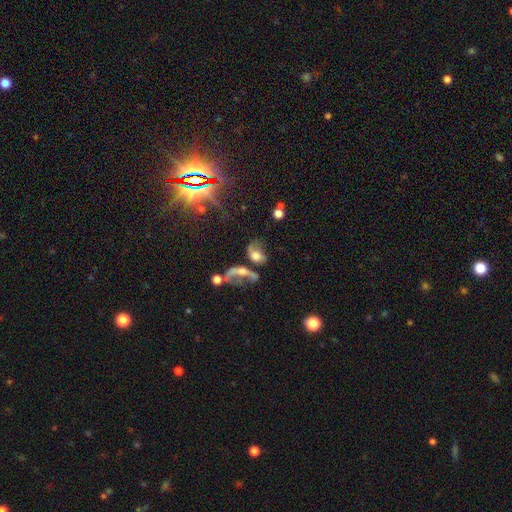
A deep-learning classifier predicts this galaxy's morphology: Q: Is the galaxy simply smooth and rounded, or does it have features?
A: smooth — 46%.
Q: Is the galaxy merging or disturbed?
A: merger — 45%.